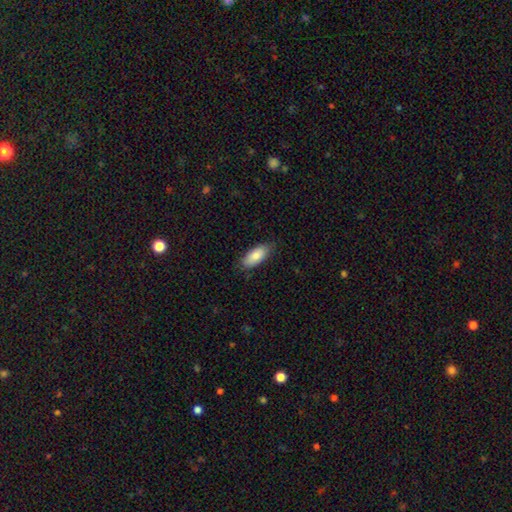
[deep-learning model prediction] Q: Smooth or featured?
A: smooth (83%); runner-up: featured or disk (11%)
Q: How rounded?
A: in between (87%); runner-up: cigar-shaped (11%)
Q: Merging?
A: none (80%); runner-up: minor disturbance (16%)